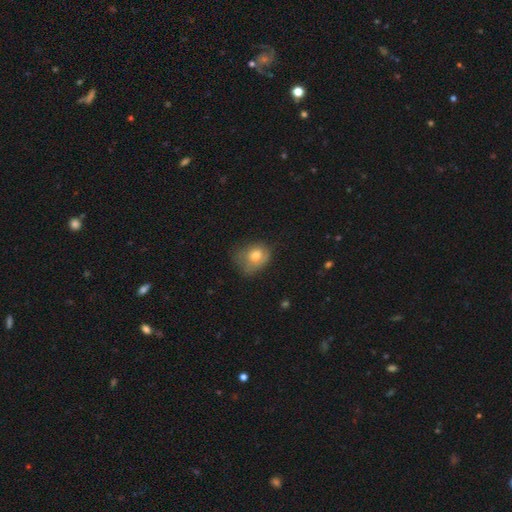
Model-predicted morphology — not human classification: This appears to be a smooth galaxy with no disk features (74%) that is round (50%). Merging: none (38%).